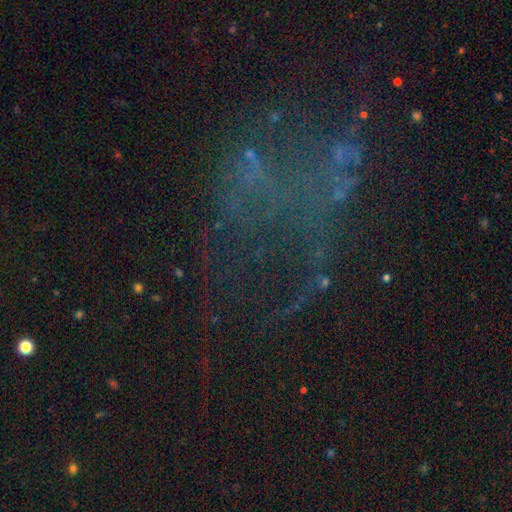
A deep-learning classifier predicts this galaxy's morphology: A star or artifact, not a galaxy (47%).